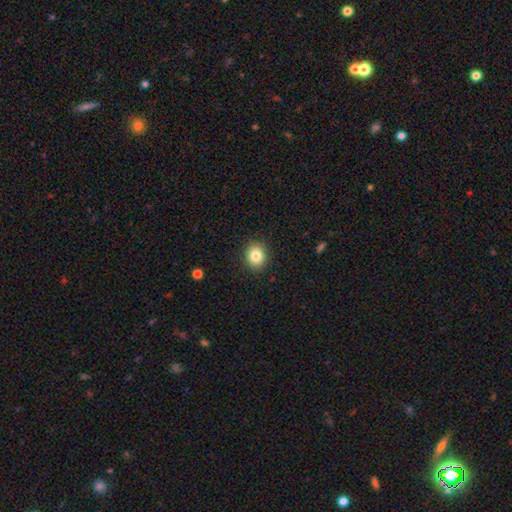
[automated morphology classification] type=smooth (83%); roundness=round (68%); merging=none (90%).